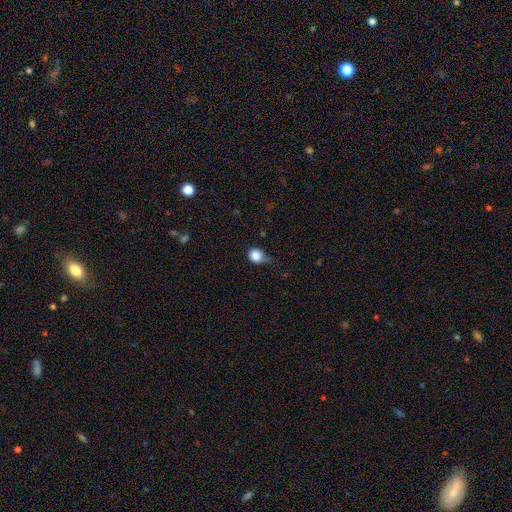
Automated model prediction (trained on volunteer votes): Smooth or featured? Predicted: smooth (p=0.84). How rounded? Predicted: round (p=0.77). Merging? Predicted: none (p=0.45).